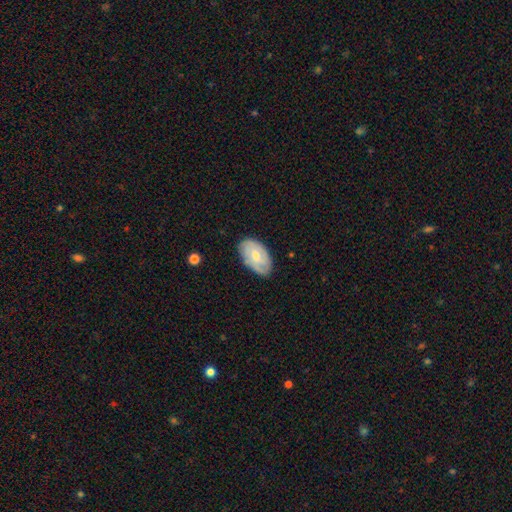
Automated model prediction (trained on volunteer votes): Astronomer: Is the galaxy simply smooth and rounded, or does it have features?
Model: featured or disk — 55% (runner-up: smooth, 39%).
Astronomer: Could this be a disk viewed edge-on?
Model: no — 94%.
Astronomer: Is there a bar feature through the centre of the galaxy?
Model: no — 67%.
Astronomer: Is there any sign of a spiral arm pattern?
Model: yes — 76%.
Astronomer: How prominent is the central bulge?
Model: moderate — 60%.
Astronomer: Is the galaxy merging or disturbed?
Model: none — 76%.